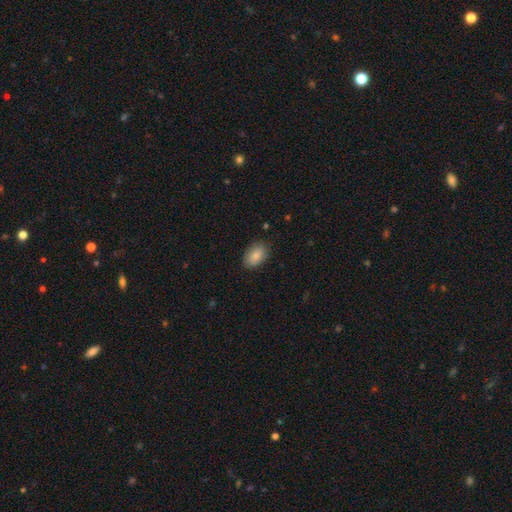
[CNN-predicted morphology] Smooth or featured? Predicted: smooth (p=0.86). How rounded? Predicted: in between (p=0.90). Merging? Predicted: none (p=0.84).